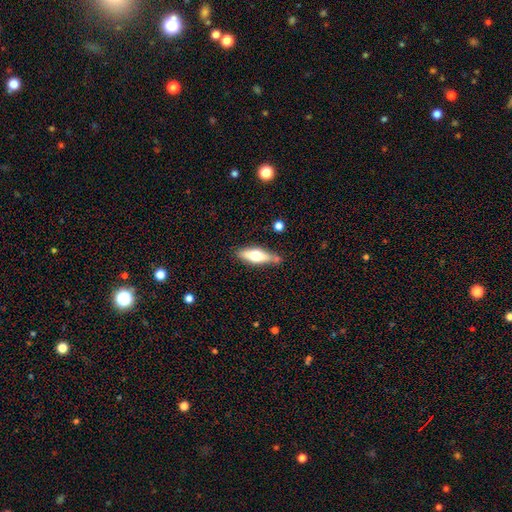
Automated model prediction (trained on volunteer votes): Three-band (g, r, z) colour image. It shows a smooth galaxy with no disk features (54%) that is cigar-shaped (52%). Merging: none (74%).